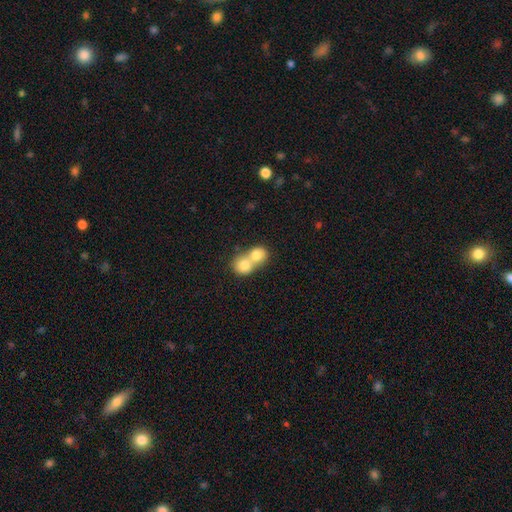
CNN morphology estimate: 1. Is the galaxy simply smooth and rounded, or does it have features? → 76% smooth, 15% featured or disk, 9% star or artifact.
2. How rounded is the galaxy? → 72% round, 27% in between, 1% cigar-shaped.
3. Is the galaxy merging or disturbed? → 75% merger, 19% none, 4% minor disturbance, 2% major disturbance.